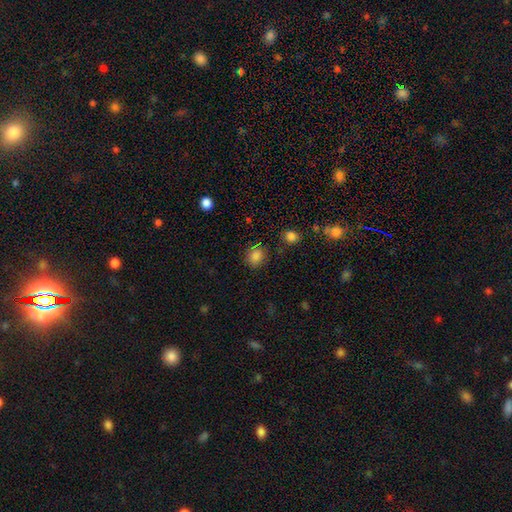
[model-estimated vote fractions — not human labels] Smooth or featured: smooth — 83% (star or artifact — 13%)
How rounded: round — 74% (in between — 25%)
Merging: none — 83% (minor disturbance — 12%)